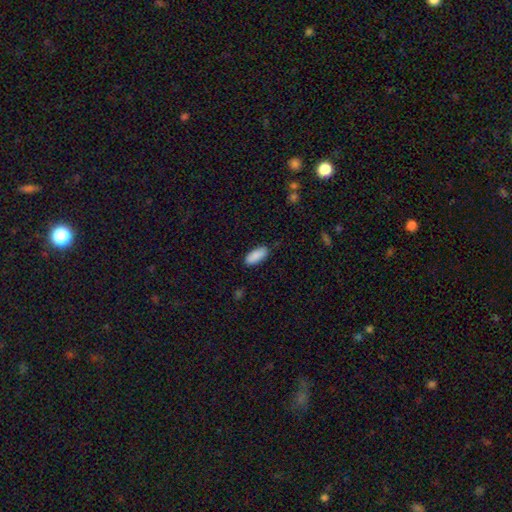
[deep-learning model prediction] Overall: smooth (90%). How rounded: in between (86%). Merging: none (84%).